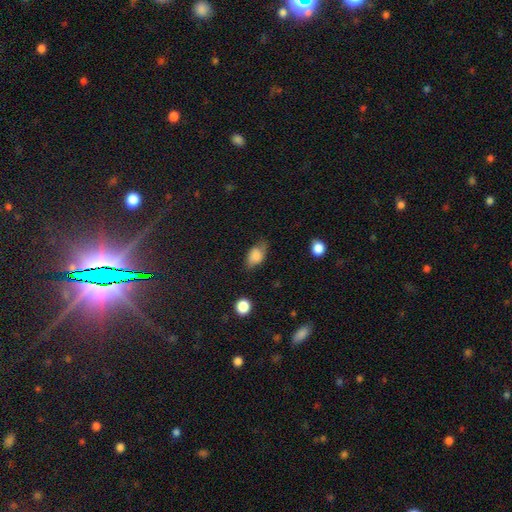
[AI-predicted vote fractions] Overall: smooth (78%). How rounded: in between (84%). Merging: none (58%; minor disturbance 31%).